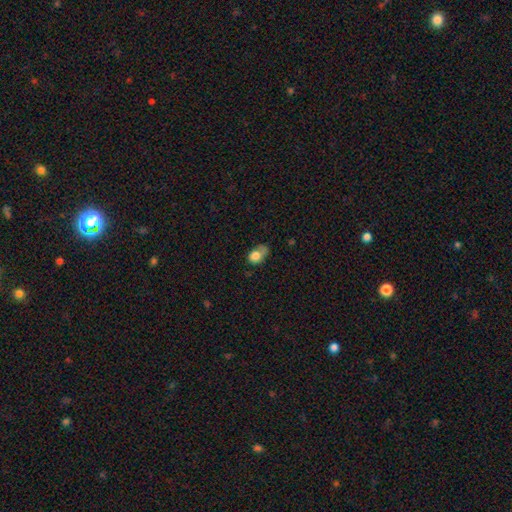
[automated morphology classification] Overall: smooth (77%). How rounded: in between (67%; round 31%). Merging: minor disturbance (35%; none 31%).